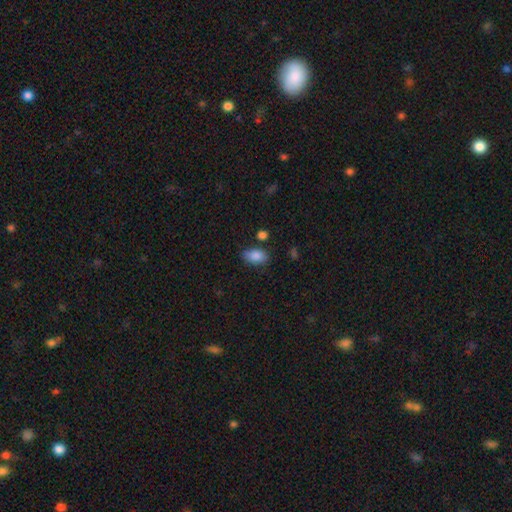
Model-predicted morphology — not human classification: smooth-or-featured: smooth: 87% | star or artifact: 8% | featured or disk: 5%
  how-rounded: in between: 91% | round: 7% | cigar-shaped: 2%
  merging: none: 76% | minor disturbance: 16% | merger: 5% | major disturbance: 4%